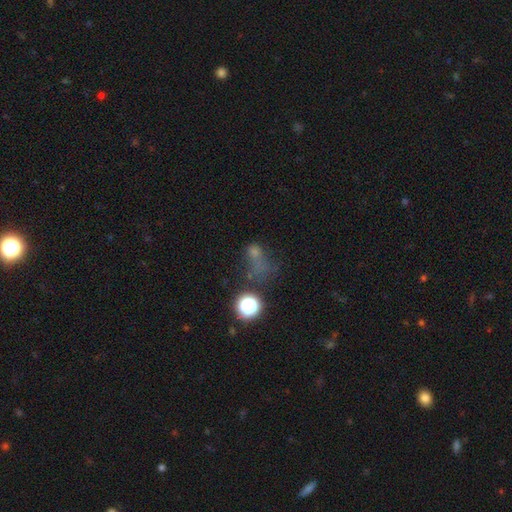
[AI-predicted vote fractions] smooth-or-featured: smooth: 53% | star or artifact: 29% | featured or disk: 18%
  how-rounded: in between: 50% | round: 47% | cigar-shaped: 3%
  merging: major disturbance: 37% | none: 30% | minor disturbance: 17% | merger: 17%